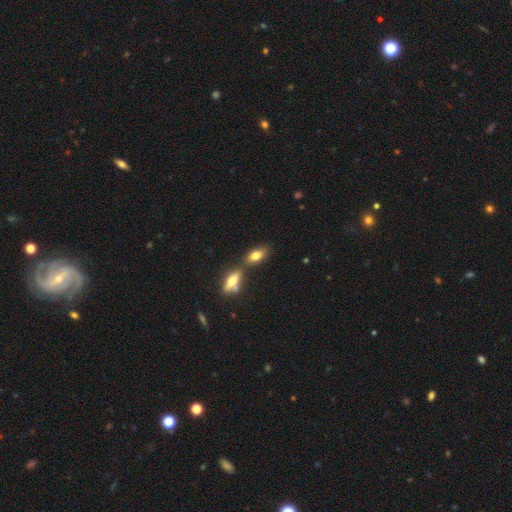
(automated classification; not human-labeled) This is likely a smooth galaxy (71%). How rounded: clearly in between (85%). Merging: possibly none (56%).